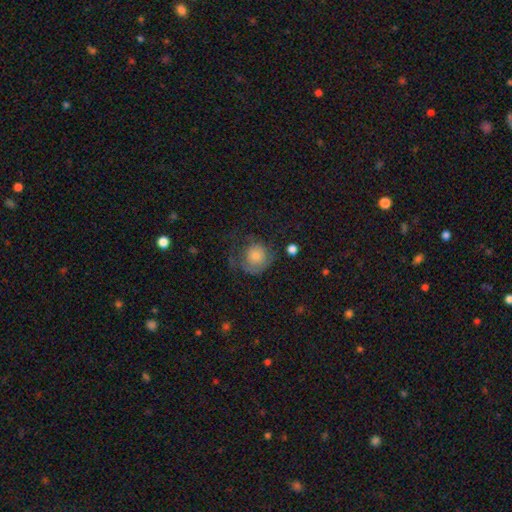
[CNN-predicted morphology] The model was most divided on "merging": none: 43%, major disturbance: 32%, minor disturbance: 23%, merger: 2%. More confident: how rounded — round (81%); smooth or featured — smooth (61%).